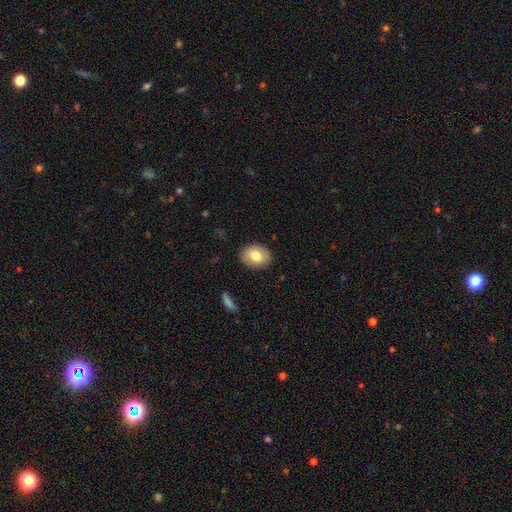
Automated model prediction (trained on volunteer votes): Q: Smooth or featured?
A: smooth (74%); runner-up: featured or disk (19%)
Q: How rounded?
A: in between (69%); runner-up: round (30%)
Q: Merging?
A: none (87%); runner-up: minor disturbance (10%)